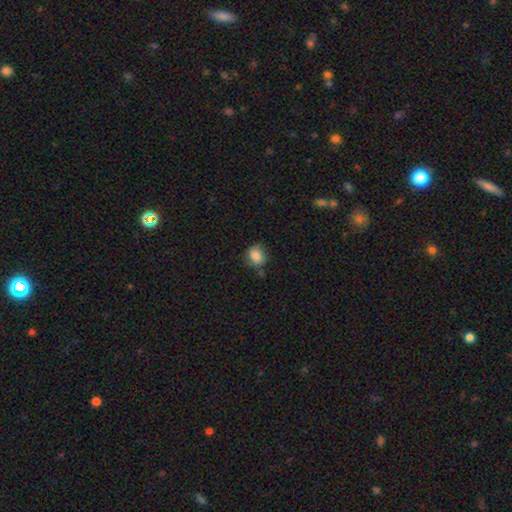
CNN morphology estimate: Q: Smooth or featured?
A: smooth (83%); runner-up: star or artifact (9%)
Q: How rounded?
A: round (69%); runner-up: in between (30%)
Q: Merging?
A: none (68%); runner-up: minor disturbance (22%)